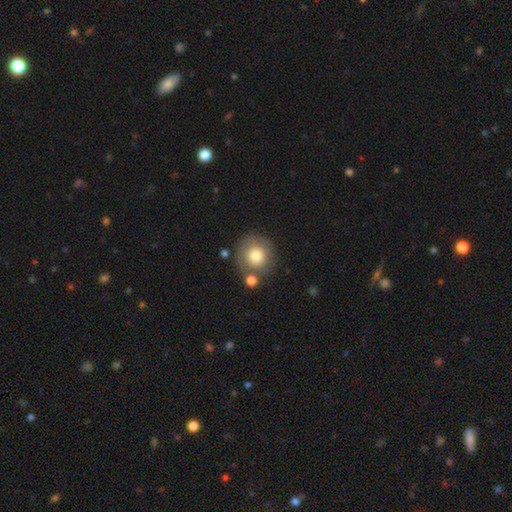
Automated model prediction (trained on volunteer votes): Smooth or featured?
  - smooth: 76% *
  - featured or disk: 16%
  - star or artifact: 8%
How rounded?
  - round: 92% *
  - in between: 7%
  - cigar-shaped: 1%
Merging?
  - none: 70% *
  - minor disturbance: 13%
  - merger: 12%
  - major disturbance: 5%